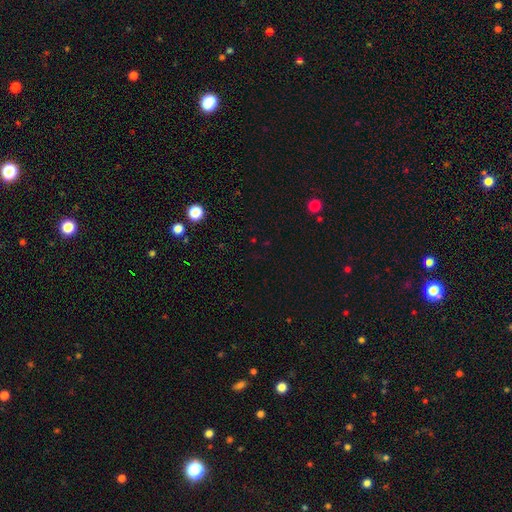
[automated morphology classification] type=star or artifact (67%).